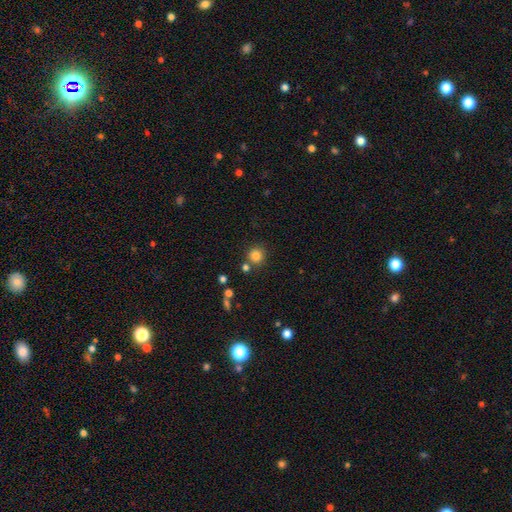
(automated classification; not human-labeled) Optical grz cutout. It shows a smooth galaxy with no disk features (82%) that is round (92%). Merging: none (78%).